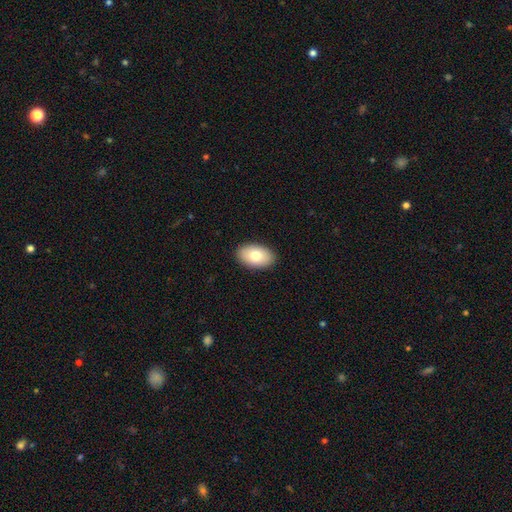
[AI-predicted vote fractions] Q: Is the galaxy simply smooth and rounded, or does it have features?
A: smooth — 78%.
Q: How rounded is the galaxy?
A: in between — 93%.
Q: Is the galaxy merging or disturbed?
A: none — 90%.